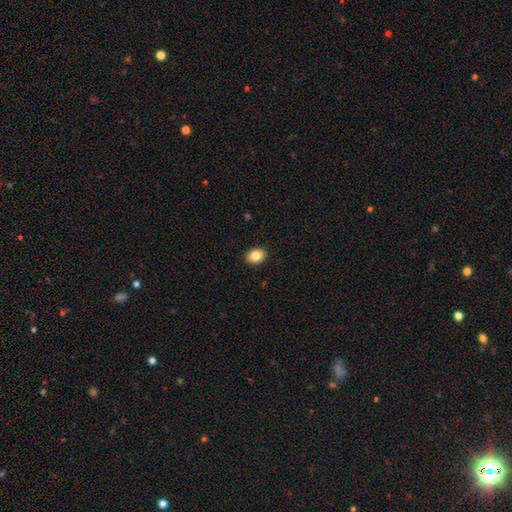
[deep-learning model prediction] Smooth or featured?
  - smooth: 85% *
  - star or artifact: 8%
  - featured or disk: 7%
How rounded?
  - in between: 72% *
  - round: 27%
  - cigar-shaped: 1%
Merging?
  - none: 91% *
  - minor disturbance: 6%
  - major disturbance: 2%
  - merger: 1%